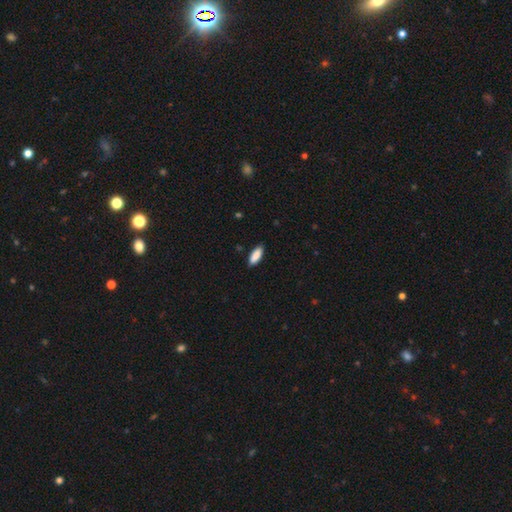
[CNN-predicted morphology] smooth-or-featured: smooth: 89% | star or artifact: 6% | featured or disk: 5%
  how-rounded: in between: 71% | cigar-shaped: 27% | round: 2%
  merging: none: 87% | minor disturbance: 10% | major disturbance: 2% | merger: 1%